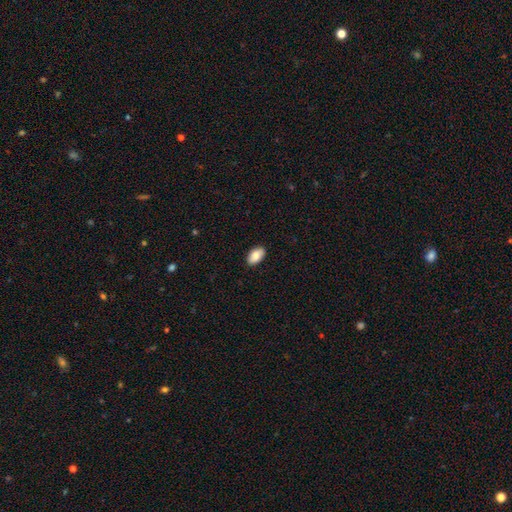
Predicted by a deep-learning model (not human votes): Smooth or featured? Predicted: smooth (p=0.83). How rounded? Predicted: in between (p=0.94). Merging? Predicted: none (p=0.89).